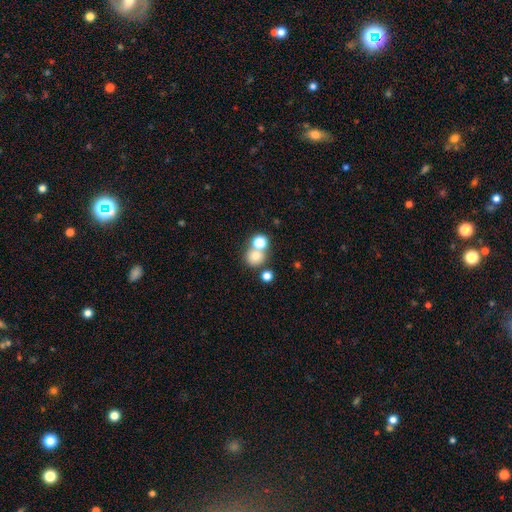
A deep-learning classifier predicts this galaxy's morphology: Smooth or featured? Predicted: smooth (p=0.73). How rounded? Predicted: round (p=0.83). Merging? Predicted: none (p=0.52).